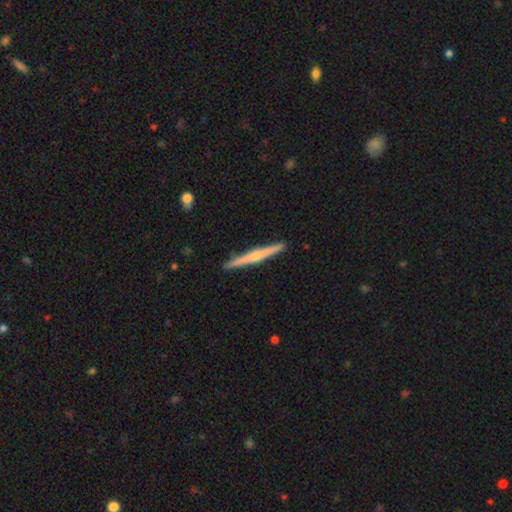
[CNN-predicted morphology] type=featured or disk (67%); edge-on=yes (98%); edge-on bulge=rounded (74%); merging=none (92%).